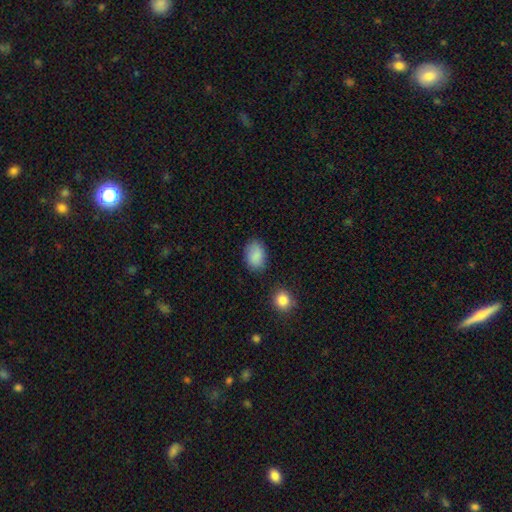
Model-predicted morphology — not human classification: type=smooth (87%); roundness=in between (79%); merging=none (77%).